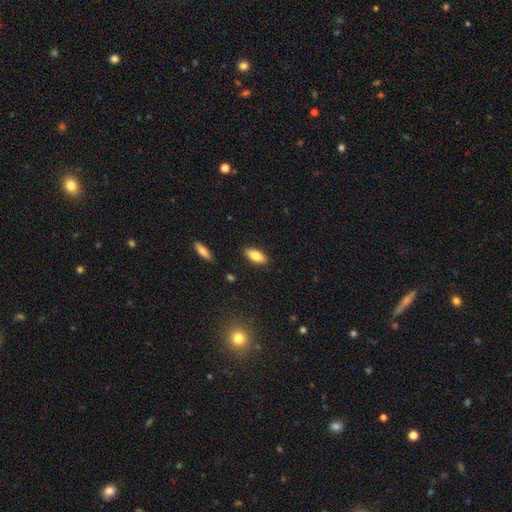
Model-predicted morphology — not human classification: A smooth galaxy with no disk features (78%) that is in between round and cigar-shaped (84%). Merging: none (88%).